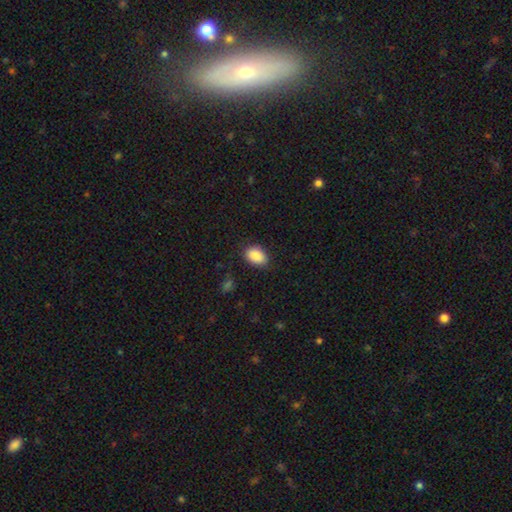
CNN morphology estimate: Overall: smooth (89%). How rounded: in between (83%). Merging: none (83%).